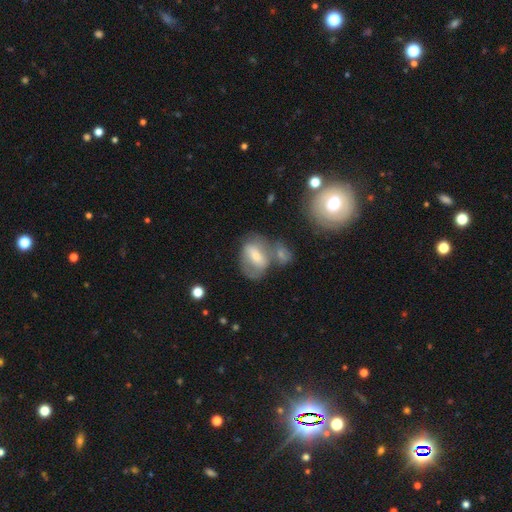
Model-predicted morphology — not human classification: smooth-or-featured: smooth: 47% | featured or disk: 44% | star or artifact: 10%
  merging: none: 40% | merger: 29% | minor disturbance: 18% | major disturbance: 12%